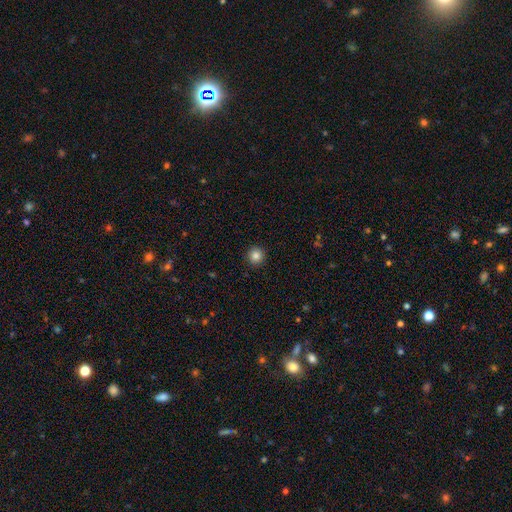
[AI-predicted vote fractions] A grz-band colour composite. It shows a smooth galaxy with no disk features (85%) that is round (95%). Merging: none (93%).